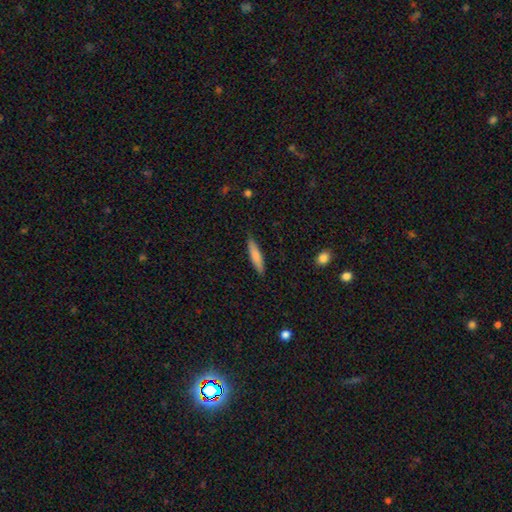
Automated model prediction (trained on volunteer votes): This appears to be a smooth galaxy with no disk features (75%) that is cigar-shaped (84%). Merging: none (85%).